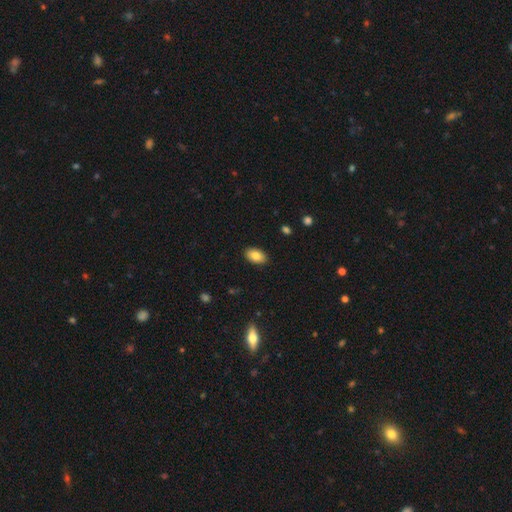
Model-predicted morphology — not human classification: Overall: smooth (83%). How rounded: in between (91%). Merging: none (88%).